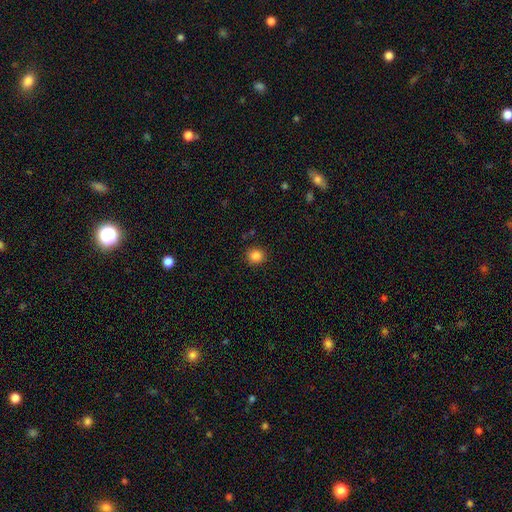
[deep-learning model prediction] A smooth galaxy with no disk features (86%) that is round (86%). Merging: none (89%).